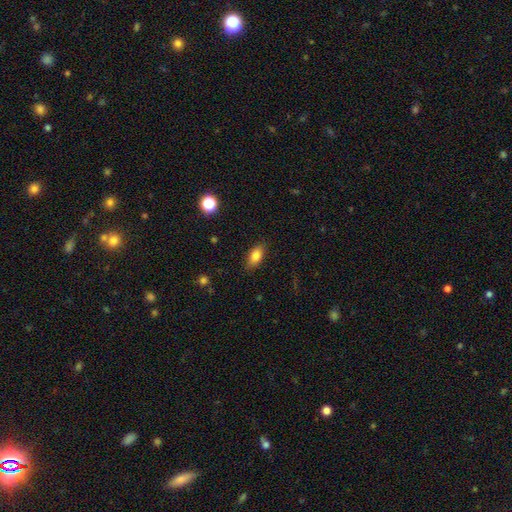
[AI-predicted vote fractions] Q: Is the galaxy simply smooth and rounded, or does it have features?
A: smooth — 83%.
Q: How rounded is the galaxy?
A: in between — 87%.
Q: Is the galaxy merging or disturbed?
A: none — 86%.